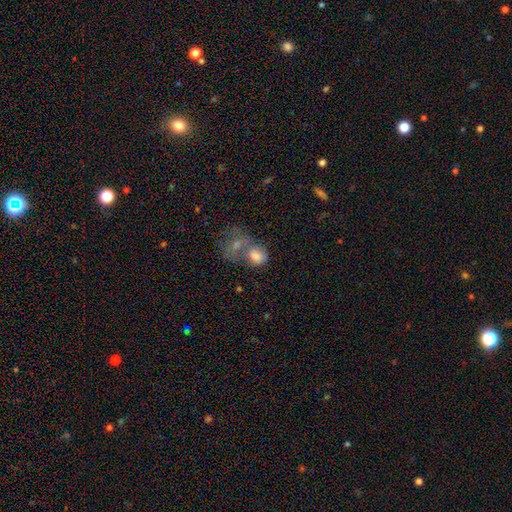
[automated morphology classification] Overall: smooth (72%). How rounded: in between (55%; round 43%). Merging: merger (55%; none 25%).